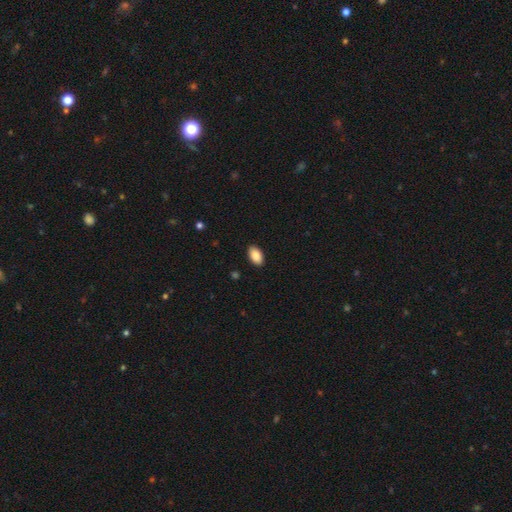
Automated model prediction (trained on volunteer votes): A smooth galaxy with no disk features (89%) that is in between round and cigar-shaped (94%).

Vote fractions:
- Smooth or featured? smooth: 89% / star or artifact: 7% / featured or disk: 4%
- How rounded? in between: 94% / round: 5% / cigar-shaped: 2%
- Merging? none: 89% / minor disturbance: 8% / major disturbance: 2% / merger: 1%